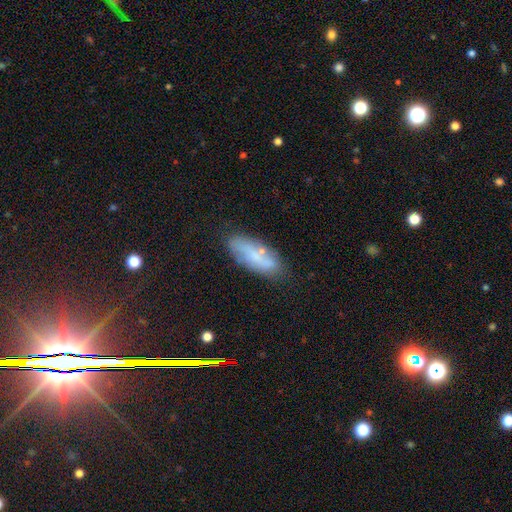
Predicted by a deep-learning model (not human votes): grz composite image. It shows a smooth galaxy with no disk features (51%) that is in between round and cigar-shaped (68%). Merging: none (72%).